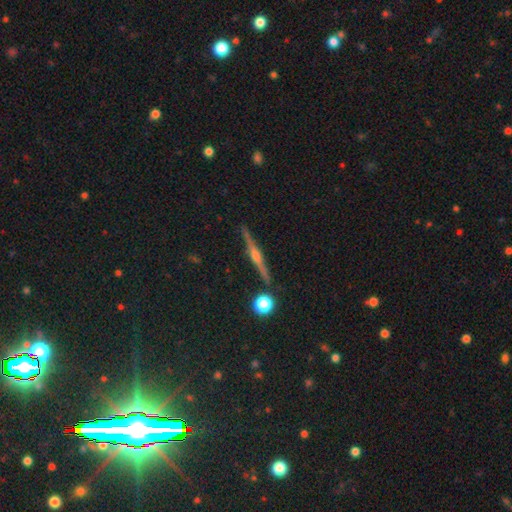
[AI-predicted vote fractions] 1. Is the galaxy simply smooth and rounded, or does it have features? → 79% featured or disk, 12% smooth, 9% star or artifact.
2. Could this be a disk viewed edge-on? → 98% yes, 2% no.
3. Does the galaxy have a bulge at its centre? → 89% rounded, 6% boxy, 5% none.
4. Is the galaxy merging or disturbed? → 89% none, 7% minor disturbance, 2% merger, 2% major disturbance.